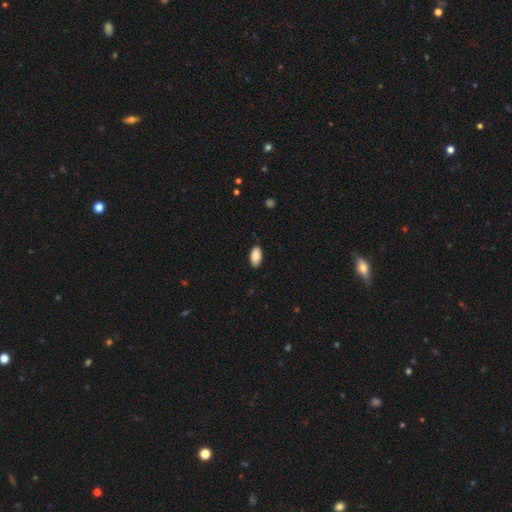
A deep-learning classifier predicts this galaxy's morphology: Q: Smooth or featured?
A: smooth (89%); runner-up: star or artifact (7%)
Q: How rounded?
A: in between (95%); runner-up: round (3%)
Q: Merging?
A: none (85%); runner-up: minor disturbance (12%)